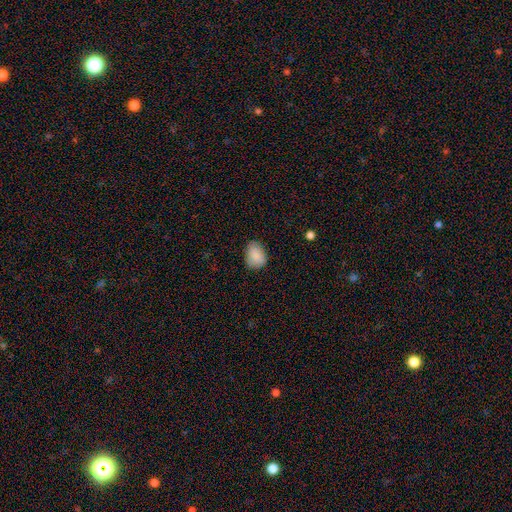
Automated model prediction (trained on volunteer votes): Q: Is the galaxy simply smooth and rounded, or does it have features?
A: smooth — 88%.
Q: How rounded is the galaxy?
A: in between — 69%.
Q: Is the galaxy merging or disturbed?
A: none — 73%.